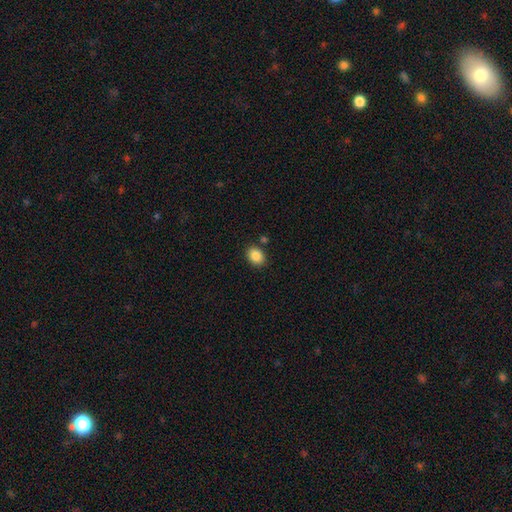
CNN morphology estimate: type=smooth (87%); roundness=in between (56%); merging=none (85%).